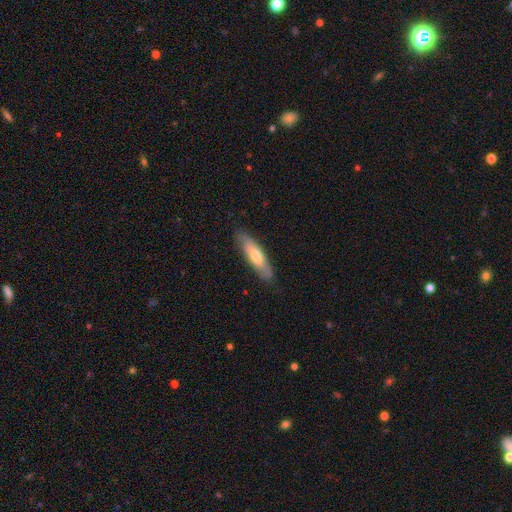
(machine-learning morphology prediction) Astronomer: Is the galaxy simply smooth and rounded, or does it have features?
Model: smooth — 57% (runner-up: featured or disk, 38%).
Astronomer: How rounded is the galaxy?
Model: cigar-shaped — 67%.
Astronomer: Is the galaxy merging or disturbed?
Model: none — 84%.